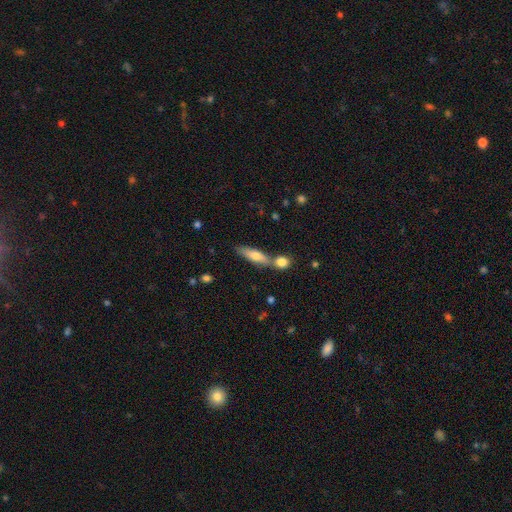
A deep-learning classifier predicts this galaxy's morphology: A smooth galaxy with no disk features (64%) that is cigar-shaped (66%). Merging: none (58%).